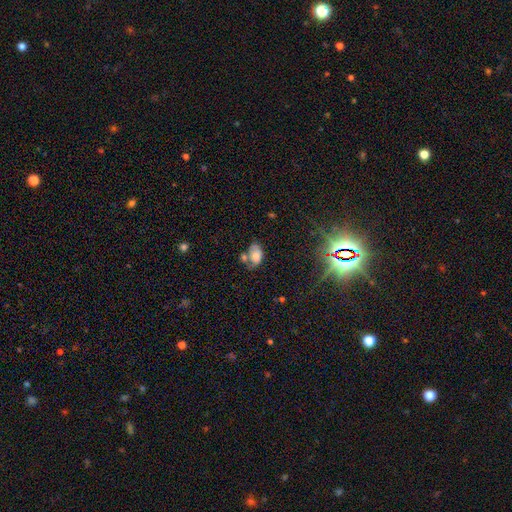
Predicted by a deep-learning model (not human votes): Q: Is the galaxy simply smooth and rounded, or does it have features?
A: smooth — 64%.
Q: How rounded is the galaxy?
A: in between — 85%.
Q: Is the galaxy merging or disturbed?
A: none — 37%.